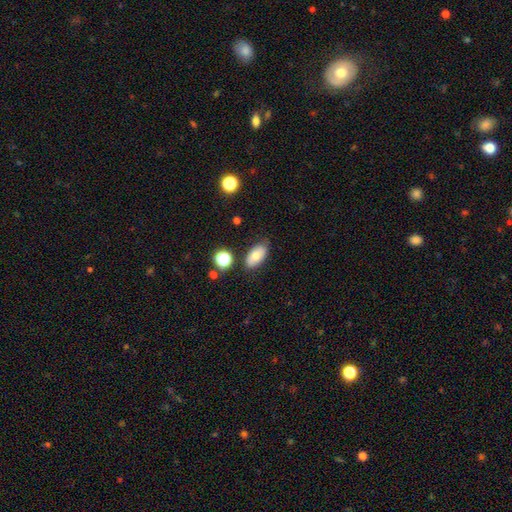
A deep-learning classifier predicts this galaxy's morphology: Smooth or featured? Predicted: smooth (p=0.72). How rounded? Predicted: in between (p=0.92). Merging? Predicted: none (p=0.78).